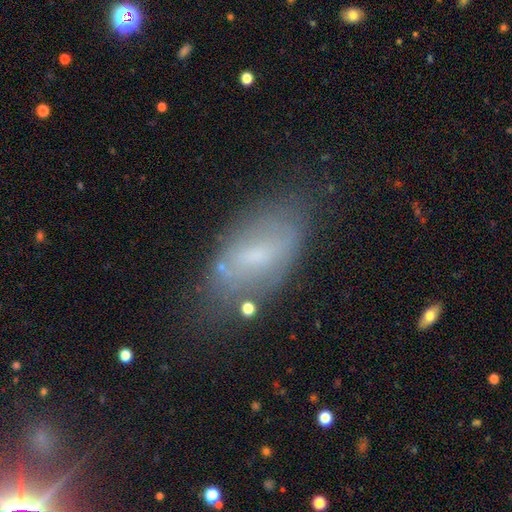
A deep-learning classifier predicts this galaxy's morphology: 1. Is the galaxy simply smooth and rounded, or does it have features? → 54% smooth, 35% featured or disk, 11% star or artifact.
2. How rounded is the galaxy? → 86% in between, 11% cigar-shaped, 4% round.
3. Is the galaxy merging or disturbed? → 63% none, 24% minor disturbance, 9% major disturbance, 4% merger.